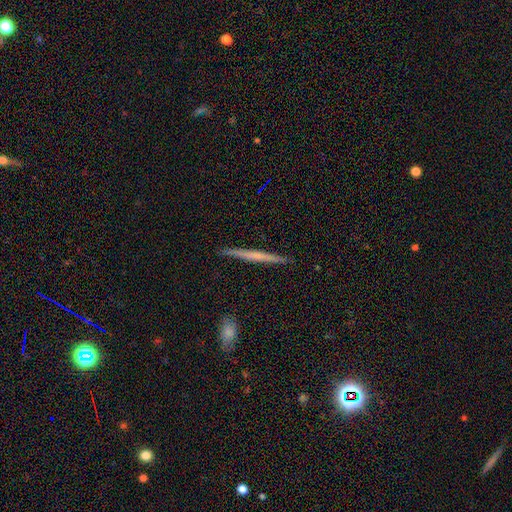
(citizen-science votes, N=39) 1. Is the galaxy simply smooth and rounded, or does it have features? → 59% featured or disk, 36% smooth, 5% star or artifact.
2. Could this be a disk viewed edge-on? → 100% yes, 0% no.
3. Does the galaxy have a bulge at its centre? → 52% none, 35% rounded, 13% boxy.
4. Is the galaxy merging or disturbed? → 95% none, 5% minor disturbance, 0% major disturbance, 0% merger.